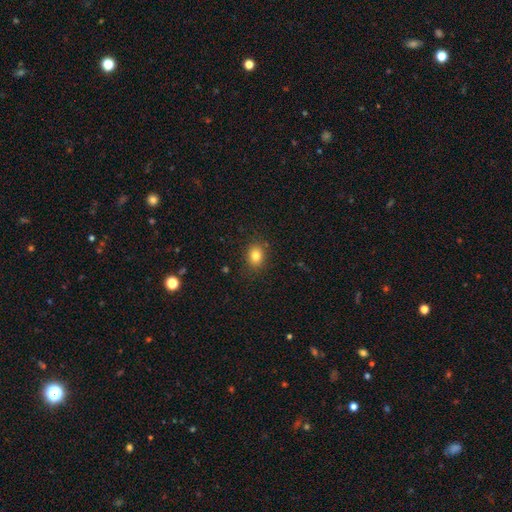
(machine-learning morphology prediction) smooth_or_featured: smooth (p=0.82) [alt: star or artifact p=0.11]
how_rounded: round (p=0.50) [alt: in between p=0.49]
merging: none (p=0.86) [alt: minor disturbance p=0.10]